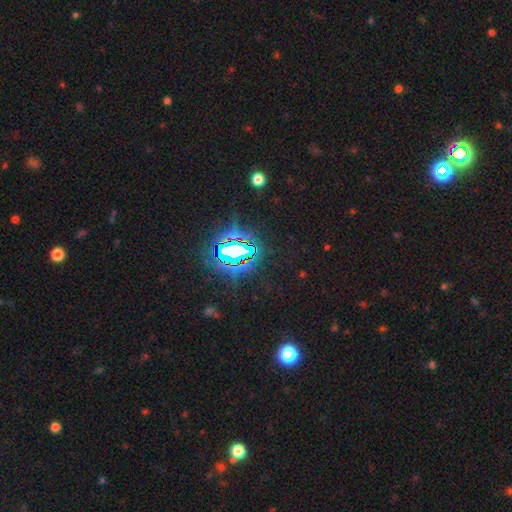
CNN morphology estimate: A star or artifact, not a galaxy (83%).

Vote fractions:
- Smooth or featured? star or artifact: 83% / smooth: 10% / featured or disk: 7%